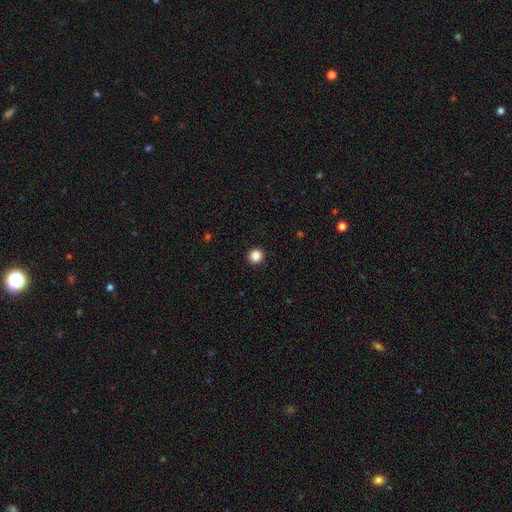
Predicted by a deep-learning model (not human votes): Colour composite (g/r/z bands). It shows a smooth galaxy with no disk features (88%) that is round (93%). Merging: none (93%).